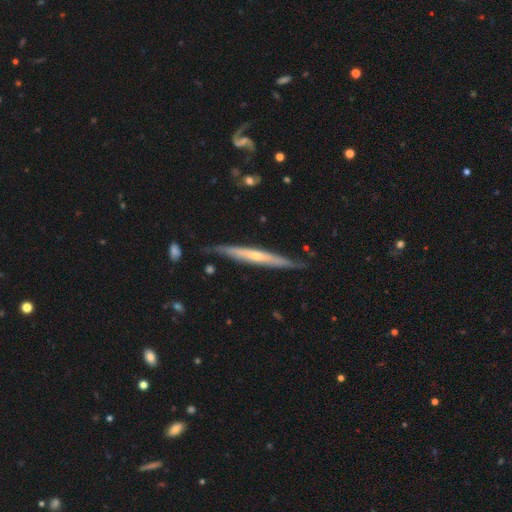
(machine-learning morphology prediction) Smooth or featured? featured or disk (68%)
Edge-on disk? yes (94%)
Edge-on bulge? rounded (55%)
Merging? none (80%)